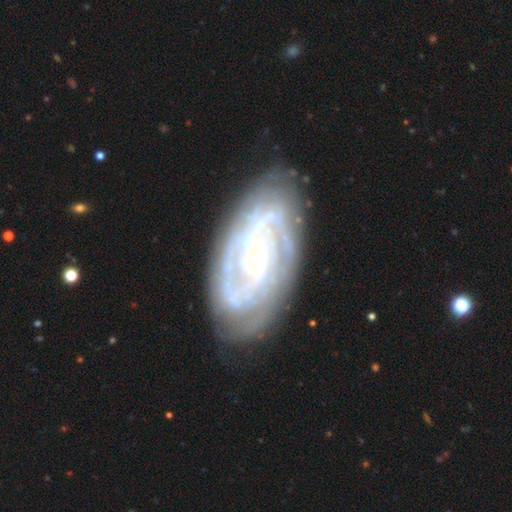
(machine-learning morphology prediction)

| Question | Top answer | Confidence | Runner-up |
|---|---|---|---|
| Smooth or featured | featured or disk | 87% | smooth (8%) |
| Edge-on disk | no | 95% | yes (5%) |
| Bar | no | 72% | weak (20%) |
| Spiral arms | yes | 95% | no (5%) |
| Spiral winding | tight | 75% | medium (21%) |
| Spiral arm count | can't tell | 32% | 2 (21%) |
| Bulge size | small | 85% | moderate (11%) |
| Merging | none | 78% | minor disturbance (16%) |